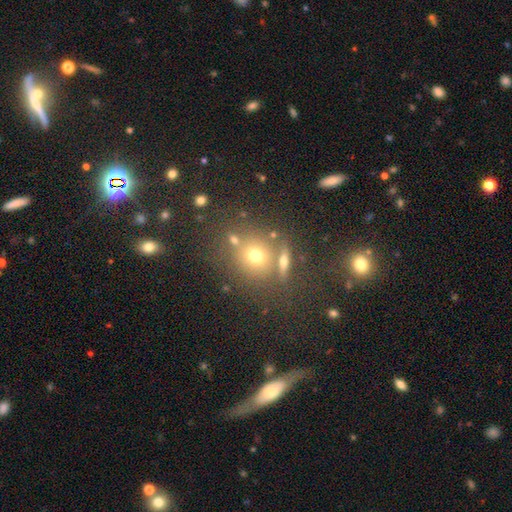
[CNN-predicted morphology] smooth-or-featured: smooth: 64% | star or artifact: 20% | featured or disk: 16%
  how-rounded: round: 82% | in between: 16% | cigar-shaped: 2%
  merging: none: 66% | merger: 18% | minor disturbance: 11% | major disturbance: 5%